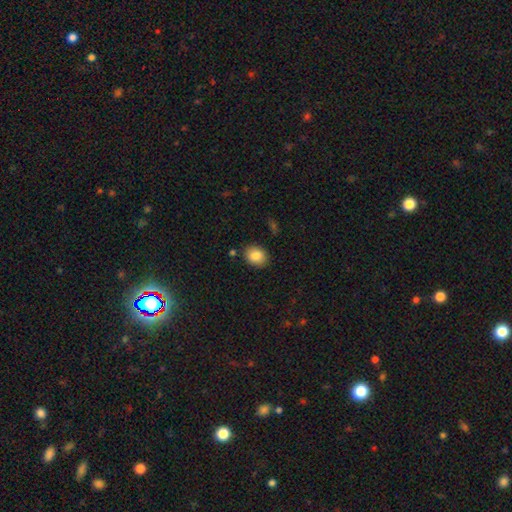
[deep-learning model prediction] smooth 84%, star or artifact 9%, featured or disk 7%. Down the decision tree: how rounded — in between (55%); merging — none (85%).